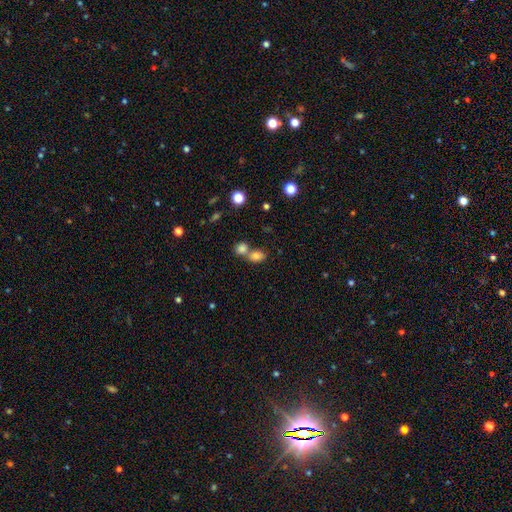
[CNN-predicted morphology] smooth 79%, star or artifact 11%, featured or disk 9%. Down the decision tree: how rounded — in between (66%); merging — merger (53%).